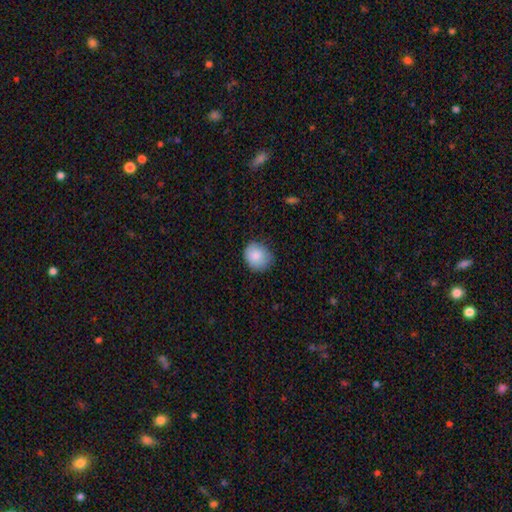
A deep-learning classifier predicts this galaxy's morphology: Smooth or featured? Predicted: smooth (p=0.86). How rounded? Predicted: round (p=0.71). Merging? Predicted: none (p=0.72).